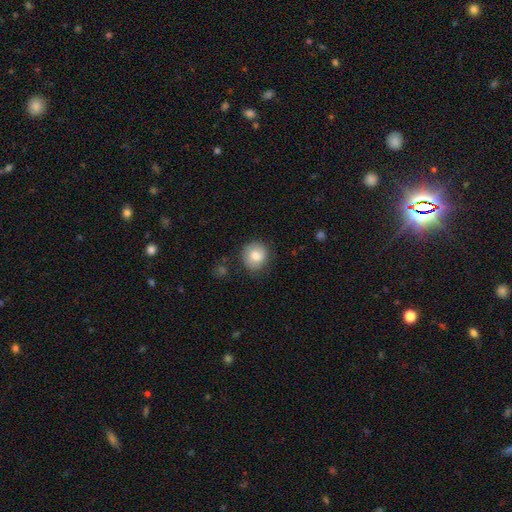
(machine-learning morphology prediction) smooth 82%, featured or disk 10%, star or artifact 8%. Down the decision tree: how rounded — round (85%); merging — none (80%).